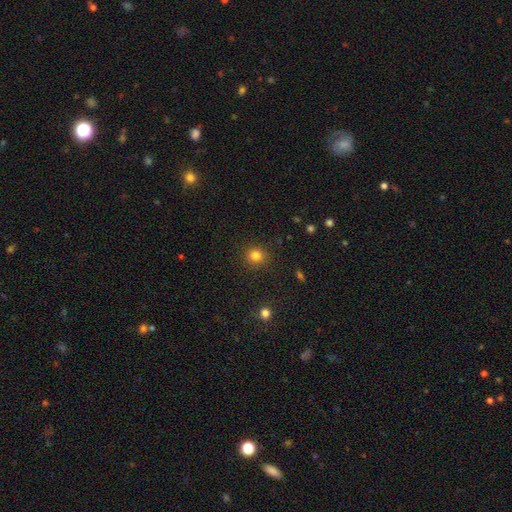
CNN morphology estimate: The model was most divided on "smooth or featured": smooth: 82%, star or artifact: 13%, featured or disk: 5%. More confident: how rounded — round (90%); merging — none (90%).